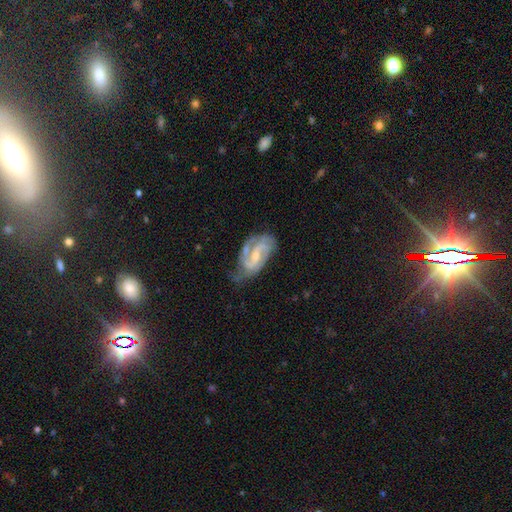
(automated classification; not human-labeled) smooth-or-featured: featured or disk: 87% | smooth: 8% | star or artifact: 5%
  disk-edge-on: no: 97% | yes: 3%
    bar: weak: 51% | no: 28% | strong: 21%
    has-spiral-arms: yes: 96% | no: 4%
      spiral-winding: medium: 48% | tight: 37% | loose: 15%
      spiral-arm-count: 2: 65% | 3: 17% | can't tell: 10% | 1: 3% | 4: 3% | more than 4: 2%
    bulge-size: small: 59% | moderate: 34% | none: 5% | large: 1% | dominant: 1%
  merging: none: 56% | minor disturbance: 29% | major disturbance: 12% | merger: 3%